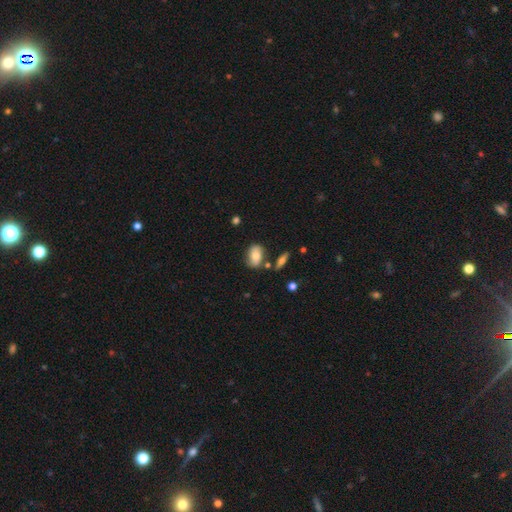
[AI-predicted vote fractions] Smooth or featured?
  - smooth: 74% *
  - featured or disk: 18%
  - star or artifact: 8%
How rounded?
  - in between: 85% *
  - round: 12%
  - cigar-shaped: 3%
Merging?
  - none: 70% *
  - minor disturbance: 17%
  - merger: 9%
  - major disturbance: 4%